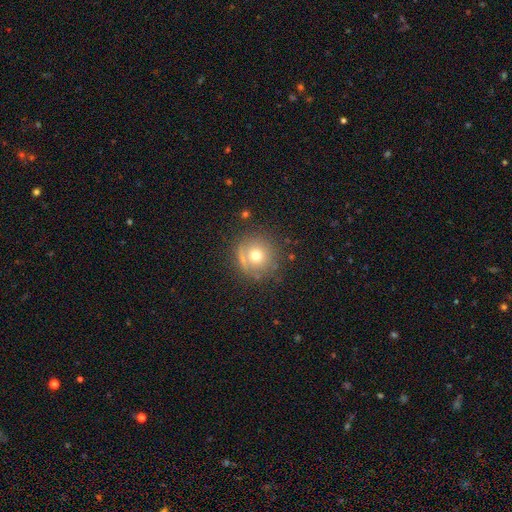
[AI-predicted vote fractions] Smooth or featured: smooth — 66% (featured or disk — 19%)
How rounded: round — 94% (in between — 5%)
Merging: none — 73% (minor disturbance — 14%)